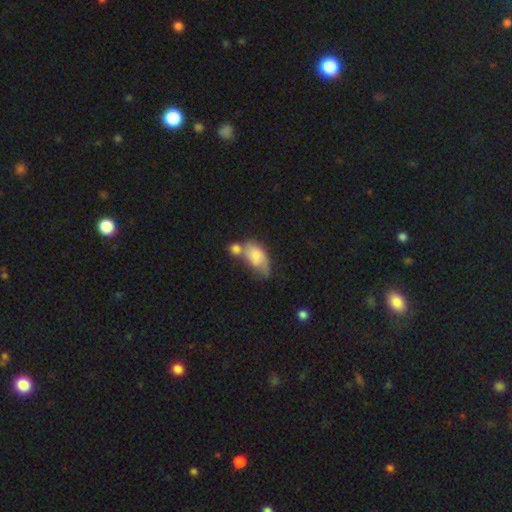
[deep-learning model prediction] The model was most divided on "merging": merger: 38%, none: 23%, minor disturbance: 21%, major disturbance: 18%. More confident: how rounded — in between (89%); smooth or featured — smooth (62%).